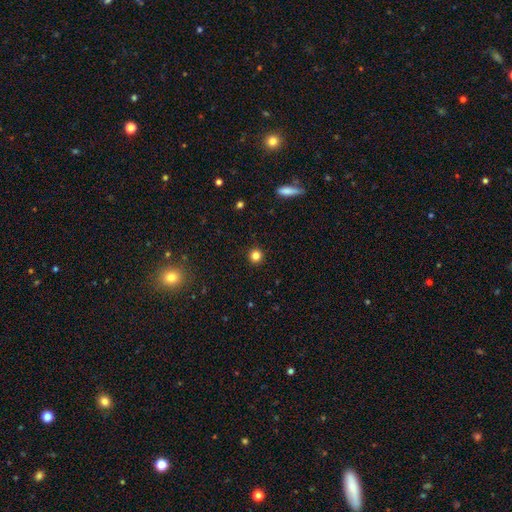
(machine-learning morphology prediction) The model was most divided on "smooth or featured": smooth: 83%, star or artifact: 12%, featured or disk: 5%. More confident: how rounded — round (95%); merging — none (92%).